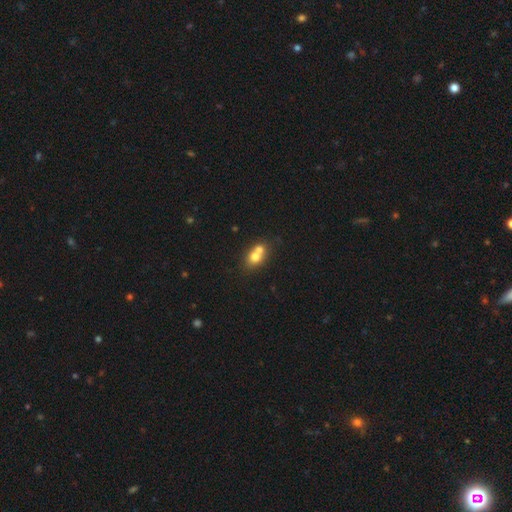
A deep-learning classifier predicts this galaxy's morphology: type=smooth (70%); roundness=round (51%); merging=merger (60%).